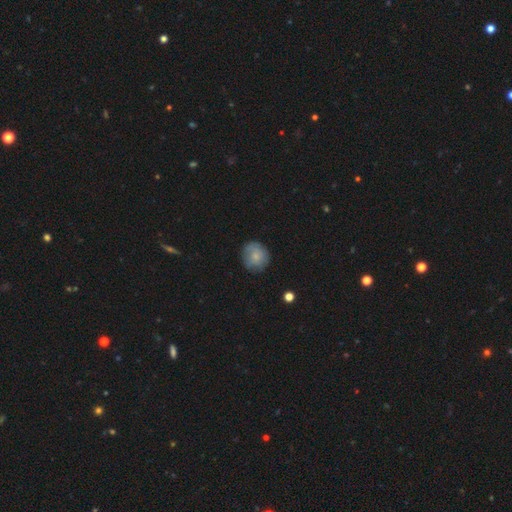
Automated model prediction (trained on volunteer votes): Smooth or featured: smooth — 76% (featured or disk — 16%)
How rounded: round — 87% (in between — 12%)
Merging: none — 78% (minor disturbance — 17%)